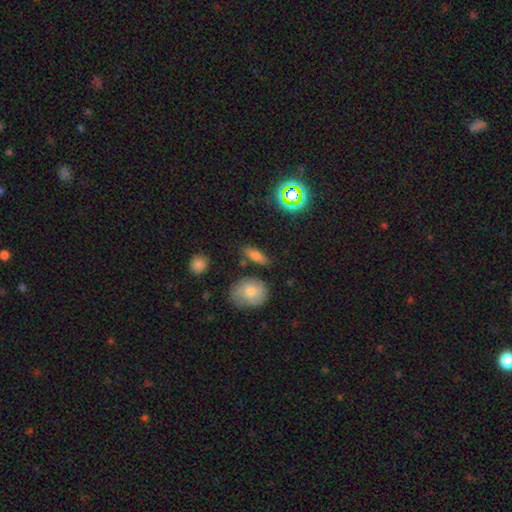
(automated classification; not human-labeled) This appears to be a smooth galaxy with no disk features (70%) that is in between round and cigar-shaped (56%). Merging: none (79%).